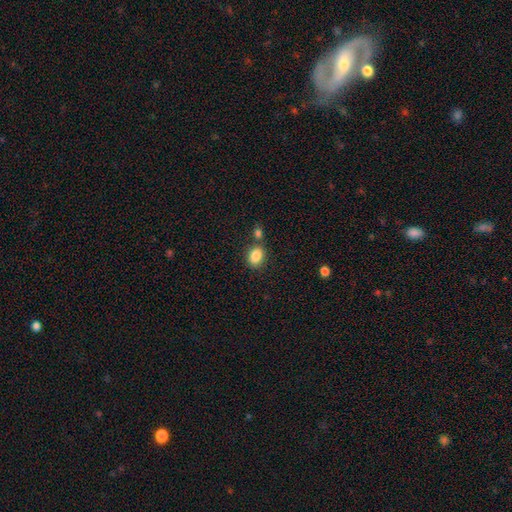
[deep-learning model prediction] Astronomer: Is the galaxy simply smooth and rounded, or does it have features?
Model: smooth — 86%.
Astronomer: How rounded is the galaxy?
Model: in between — 70%.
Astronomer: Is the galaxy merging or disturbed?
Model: none — 67%.